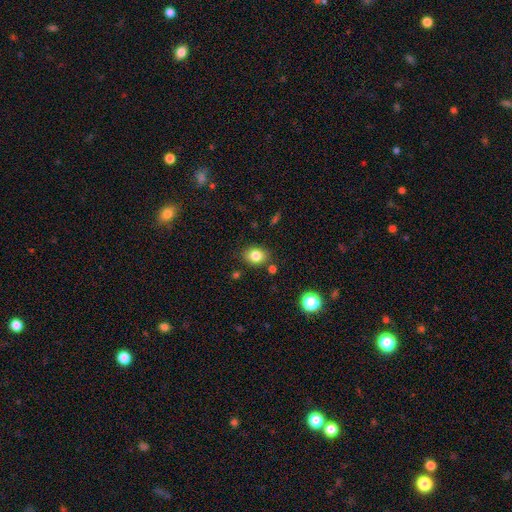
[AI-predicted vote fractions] Smooth or featured: smooth — 82% (star or artifact — 11%)
How rounded: in between — 53% (round — 46%)
Merging: none — 82% (minor disturbance — 11%)